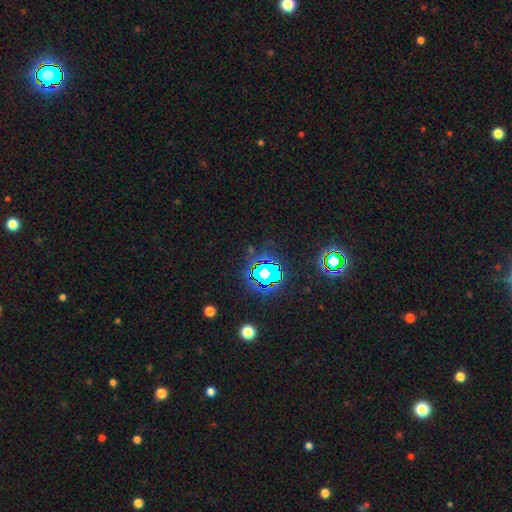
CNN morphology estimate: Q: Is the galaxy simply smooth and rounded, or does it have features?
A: star or artifact — 82%.